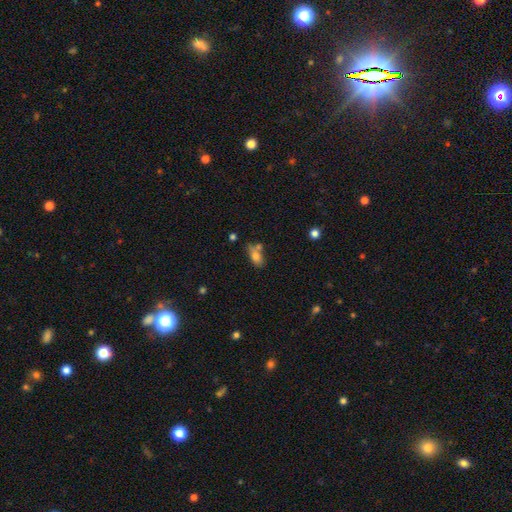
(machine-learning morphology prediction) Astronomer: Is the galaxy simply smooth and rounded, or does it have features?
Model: smooth — 73%.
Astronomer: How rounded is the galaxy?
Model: in between — 82%.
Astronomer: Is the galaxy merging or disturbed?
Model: none — 46% (runner-up: merger, 28%).